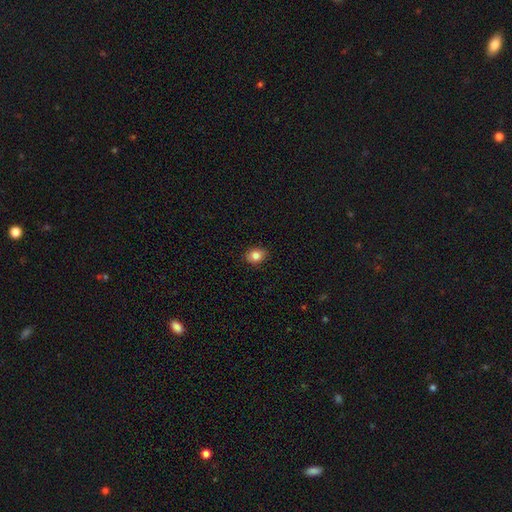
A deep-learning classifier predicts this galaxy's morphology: Overall: smooth (83%). How rounded: in between (54%; round 45%). Merging: none (88%).